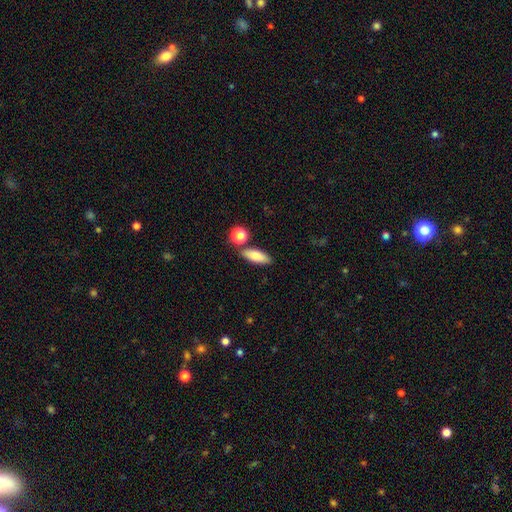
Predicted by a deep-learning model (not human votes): Smooth or featured: smooth — 80% (featured or disk — 12%)
How rounded: in between — 68% (cigar-shaped — 27%)
Merging: none — 76% (minor disturbance — 11%)